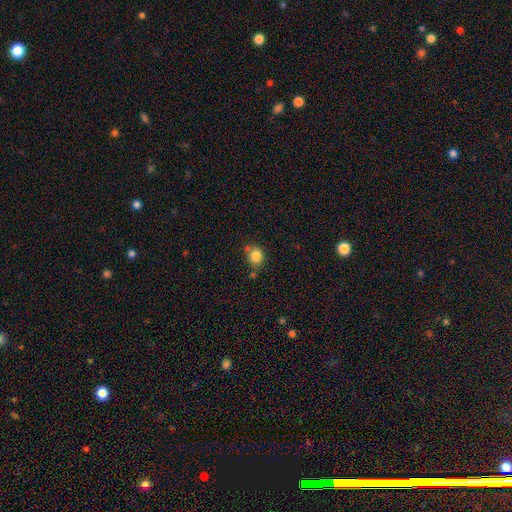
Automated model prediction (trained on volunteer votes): Smooth or featured? Predicted: smooth (p=0.83). How rounded? Predicted: round (p=0.71). Merging? Predicted: none (p=0.62).